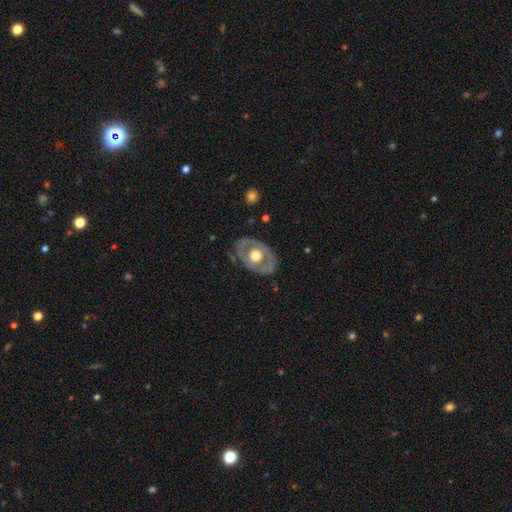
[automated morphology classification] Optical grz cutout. It shows a featured or disk galaxy (58%) with no bar (88%), no spiral arms (86%) and a moderate central bulge (49%). Merging: none (77%).